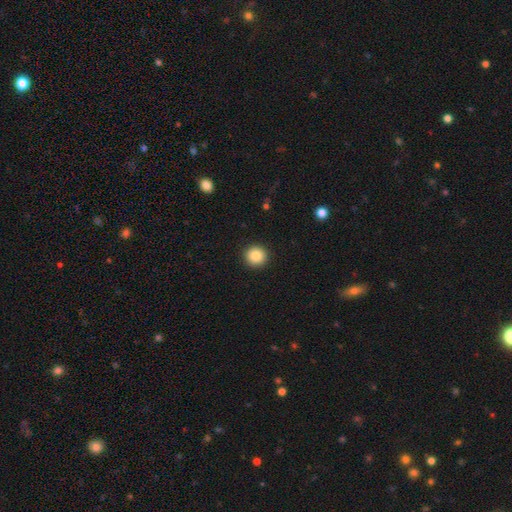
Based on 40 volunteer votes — Overall: smooth (90%). How rounded: round (97%). Merging: none (95%).